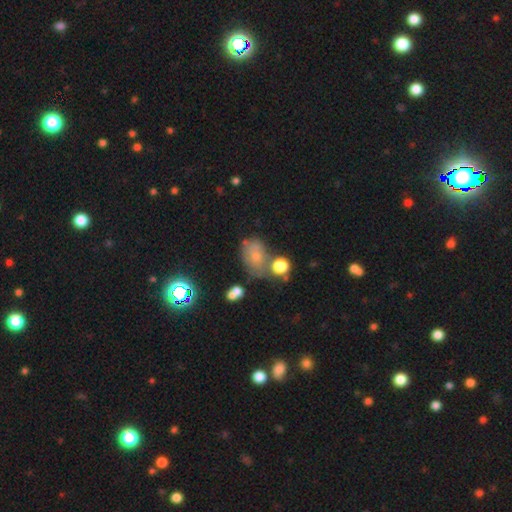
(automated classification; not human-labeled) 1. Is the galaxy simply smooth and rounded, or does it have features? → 57% smooth, 25% featured or disk, 18% star or artifact.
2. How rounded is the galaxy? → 74% in between, 24% round, 2% cigar-shaped.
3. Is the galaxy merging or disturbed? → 45% none, 23% minor disturbance, 20% merger, 11% major disturbance.